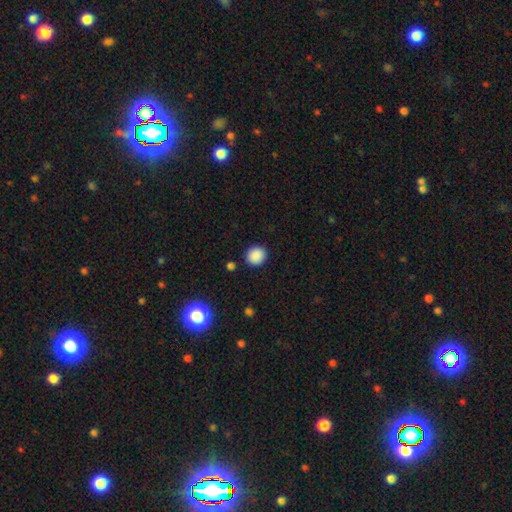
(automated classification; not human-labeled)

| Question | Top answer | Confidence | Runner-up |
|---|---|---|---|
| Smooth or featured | smooth | 88% | star or artifact (9%) |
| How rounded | round | 85% | in between (14%) |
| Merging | none | 89% | minor disturbance (7%) |